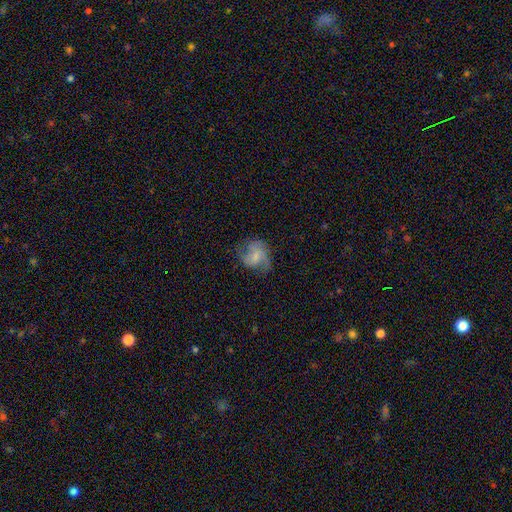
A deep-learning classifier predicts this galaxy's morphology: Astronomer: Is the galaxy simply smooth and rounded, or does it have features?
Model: featured or disk — 54% (runner-up: smooth, 38%).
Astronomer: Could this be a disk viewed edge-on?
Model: no — 97%.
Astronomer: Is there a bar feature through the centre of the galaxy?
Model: no — 56% (runner-up: weak, 36%).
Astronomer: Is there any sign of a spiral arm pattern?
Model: yes — 84%.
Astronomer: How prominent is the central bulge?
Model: small — 53%.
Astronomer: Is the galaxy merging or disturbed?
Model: none — 55%.